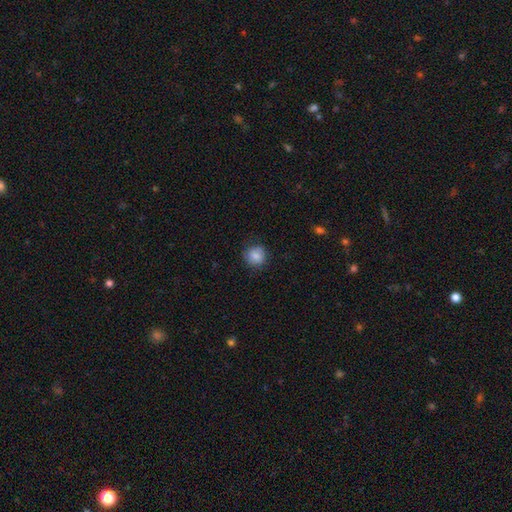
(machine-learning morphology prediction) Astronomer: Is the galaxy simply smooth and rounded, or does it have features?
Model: smooth — 85%.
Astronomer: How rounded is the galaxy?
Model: round — 87%.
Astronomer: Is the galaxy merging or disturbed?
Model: none — 81%.